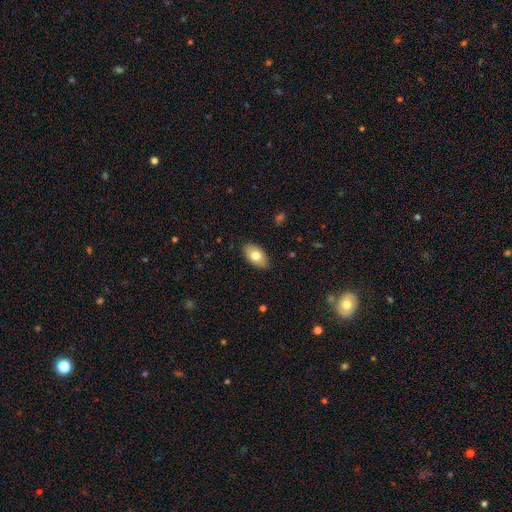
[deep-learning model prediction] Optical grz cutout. It shows a smooth galaxy with no disk features (77%) that is in between round and cigar-shaped (94%). Merging: none (87%).